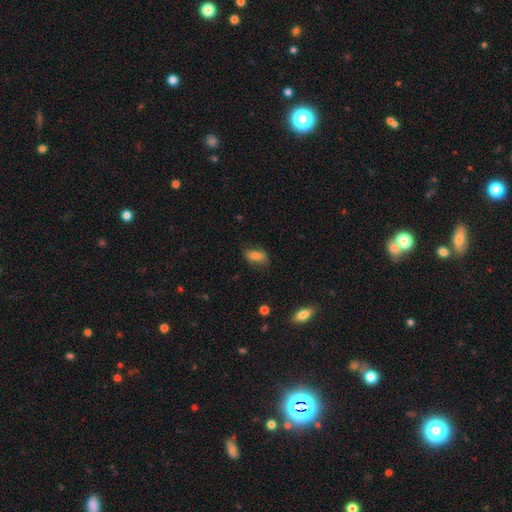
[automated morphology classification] type=smooth (76%); roundness=in between (86%); merging=none (74%).